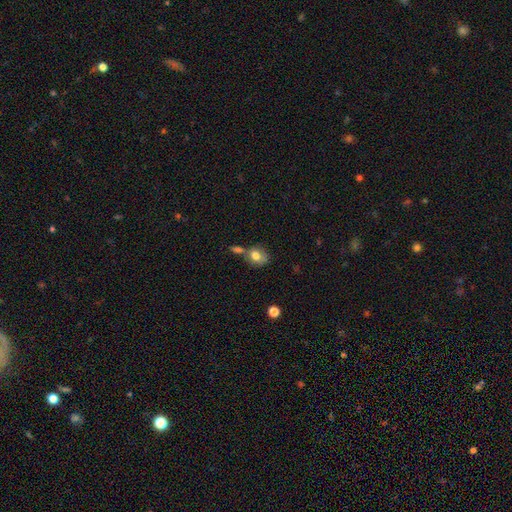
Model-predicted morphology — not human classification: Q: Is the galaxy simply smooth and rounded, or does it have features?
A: smooth — 76%.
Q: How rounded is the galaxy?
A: round — 65%.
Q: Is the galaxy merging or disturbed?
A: none — 49%.